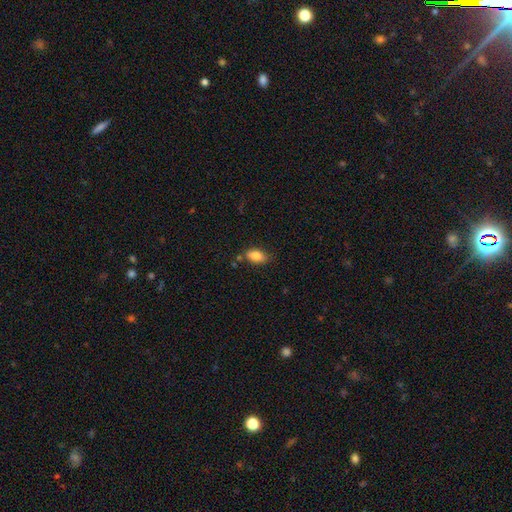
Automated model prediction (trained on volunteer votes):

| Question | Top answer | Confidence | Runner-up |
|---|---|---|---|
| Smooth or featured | smooth | 85% | star or artifact (8%) |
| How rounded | in between | 90% | round (5%) |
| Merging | none | 76% | minor disturbance (16%) |